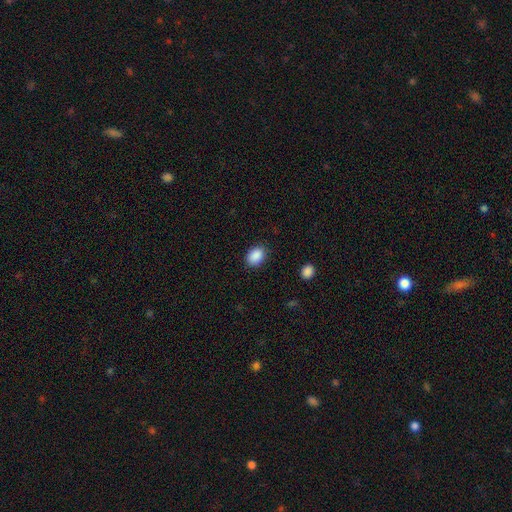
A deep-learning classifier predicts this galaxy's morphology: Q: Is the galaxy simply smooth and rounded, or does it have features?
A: smooth — 89%.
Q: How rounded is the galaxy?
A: in between — 72%.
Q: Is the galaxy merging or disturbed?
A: none — 86%.